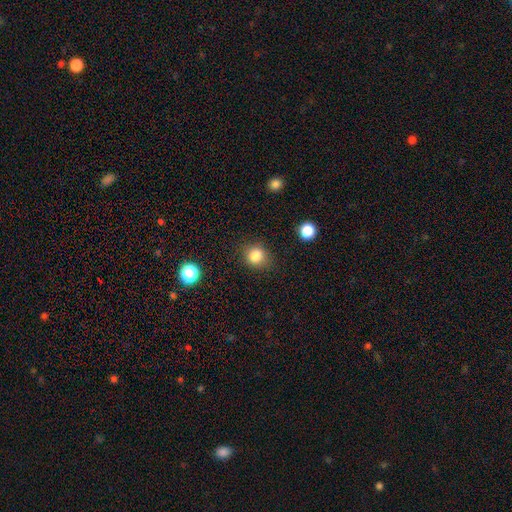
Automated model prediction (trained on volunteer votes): Smooth or featured: smooth — 84% (star or artifact — 11%)
How rounded: round — 79% (in between — 20%)
Merging: none — 83% (minor disturbance — 12%)